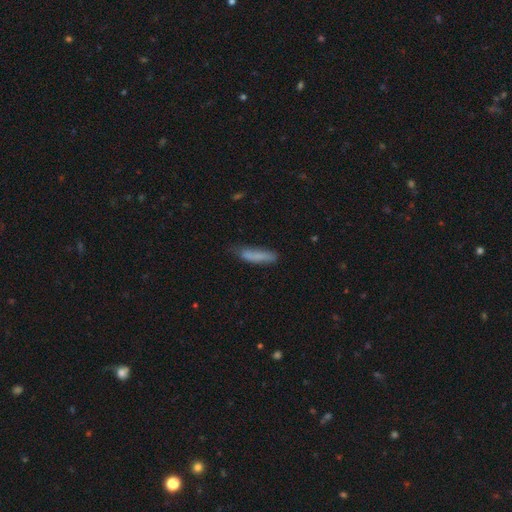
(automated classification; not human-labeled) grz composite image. It shows a smooth galaxy with no disk features (76%) that is cigar-shaped (79%). Merging: none (59%).